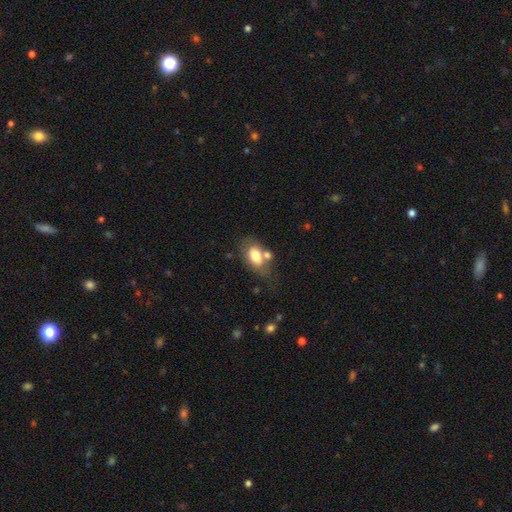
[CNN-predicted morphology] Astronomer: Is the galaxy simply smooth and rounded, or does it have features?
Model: smooth — 73%.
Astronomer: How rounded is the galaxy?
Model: in between — 87%.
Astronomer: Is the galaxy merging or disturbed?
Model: none — 47% (runner-up: merger, 24%).